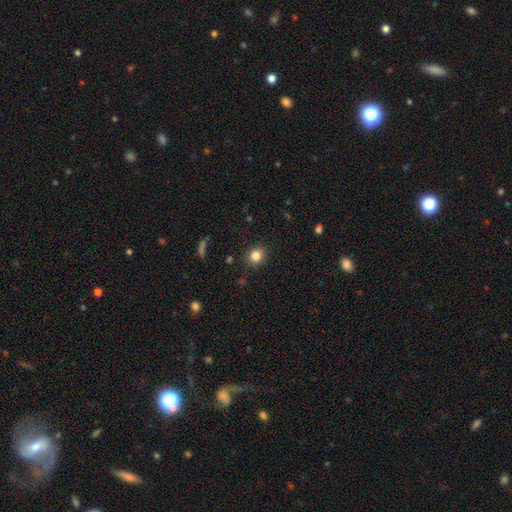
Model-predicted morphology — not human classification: The model was most divided on "how rounded": round: 76%, in between: 23%, cigar-shaped: 1%. More confident: merging — none (88%); smooth or featured — smooth (83%).